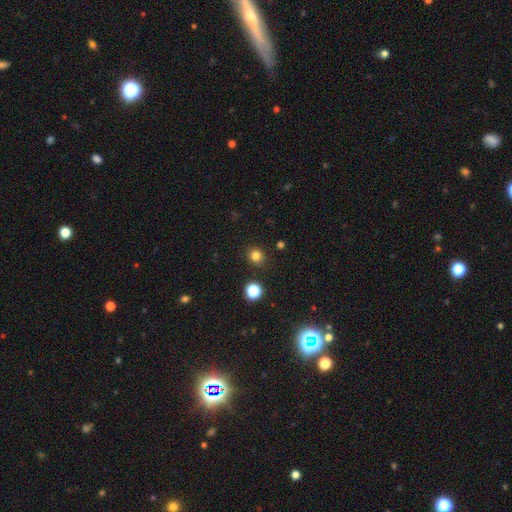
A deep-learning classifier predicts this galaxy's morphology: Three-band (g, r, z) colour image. It shows a smooth galaxy with no disk features (80%) that is round (89%). Merging: none (89%).